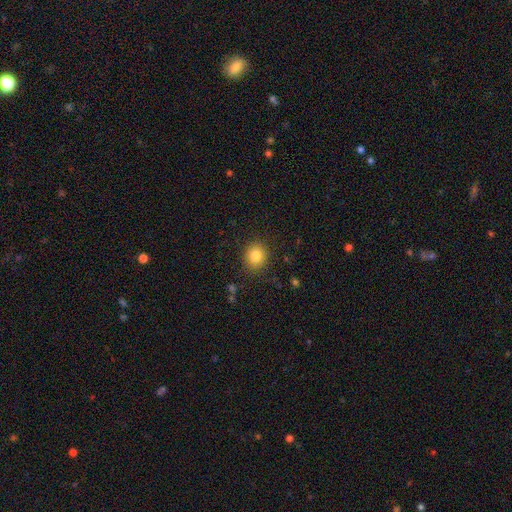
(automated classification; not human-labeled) Morphology: type=smooth (82%); roundness=round (81%); merging=none (88%).